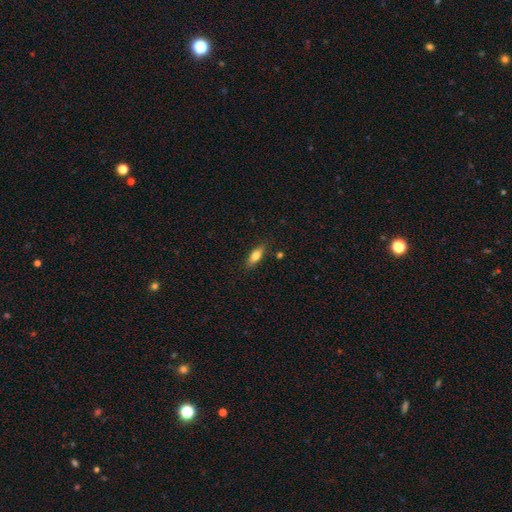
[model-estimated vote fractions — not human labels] smooth 77%, featured or disk 16%, star or artifact 7%. Down the decision tree: how rounded — in between (71%); merging — none (84%).